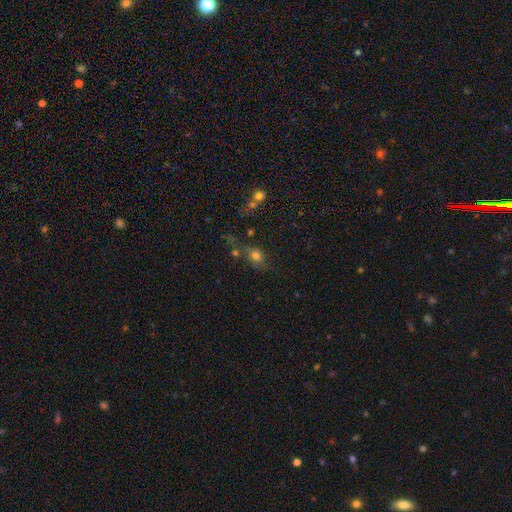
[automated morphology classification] A smooth galaxy with no disk features (68%) that is round (55%).

Vote fractions:
- Smooth or featured? smooth: 68% / star or artifact: 18% / featured or disk: 14%
- How rounded? round: 55% / in between: 41% / cigar-shaped: 4%
- Merging? none: 43% / merger: 26% / minor disturbance: 16% / major disturbance: 15%